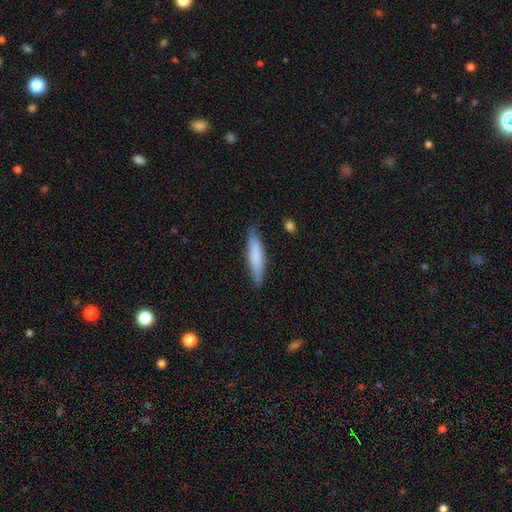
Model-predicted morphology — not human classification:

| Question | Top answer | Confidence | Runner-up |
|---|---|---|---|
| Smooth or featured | smooth | 75% | featured or disk (20%) |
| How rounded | cigar-shaped | 81% | in between (18%) |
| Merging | none | 84% | minor disturbance (13%) |